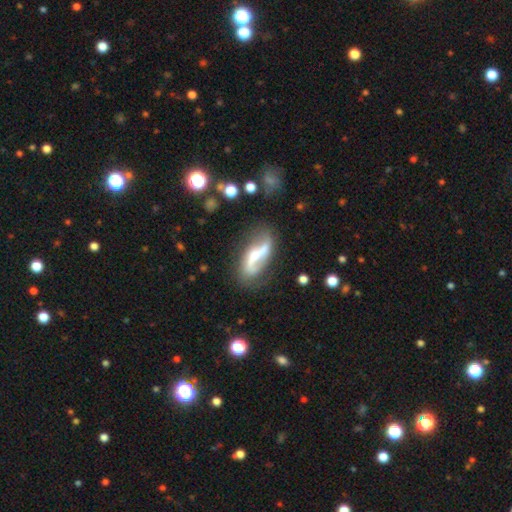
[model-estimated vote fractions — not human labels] smooth-or-featured: featured or disk: 76% | smooth: 18% | star or artifact: 7%
  disk-edge-on: no: 88% | yes: 12%
    bar: strong: 38% | weak: 32% | no: 30%
    has-spiral-arms: yes: 86% | no: 14%
      spiral-winding: loose: 79% | medium: 15% | tight: 6%
      spiral-arm-count: 2: 85% | 1: 7% | can't tell: 5% | 3: 1% | 4: 1% | more than 4: 1%
    bulge-size: moderate: 44% | small: 40% | none: 8% | large: 7% | dominant: 2%
  merging: none: 61% | minor disturbance: 21% | major disturbance: 12% | merger: 6%